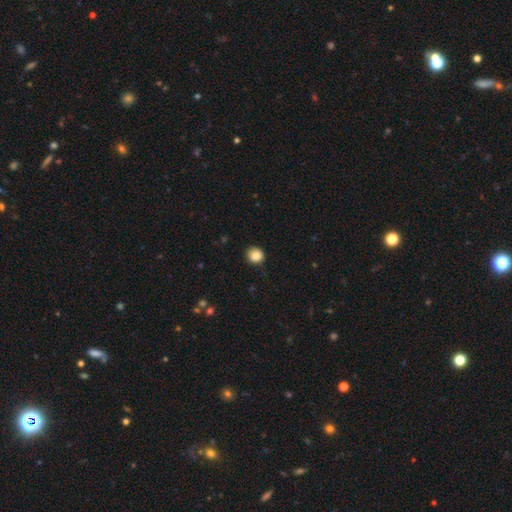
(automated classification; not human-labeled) smooth 87%, star or artifact 10%, featured or disk 3%. Down the decision tree: how rounded — round (87%); merging — none (89%).